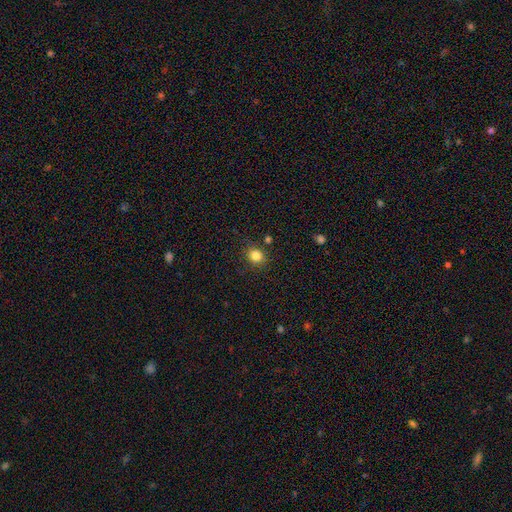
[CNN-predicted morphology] A smooth galaxy with no disk features (83%) that is round (73%). Merging: none (83%).